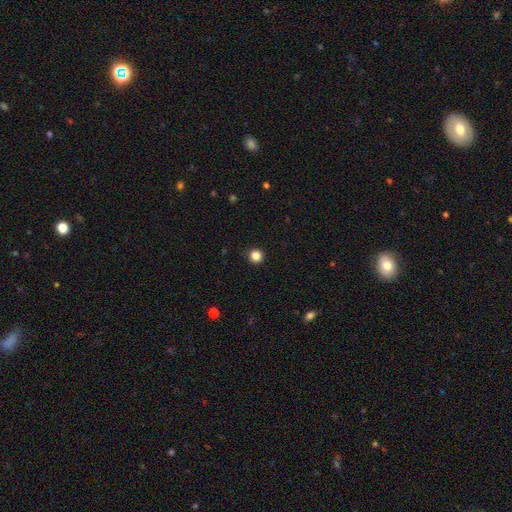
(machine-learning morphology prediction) This is clearly a smooth galaxy (85%). How rounded: clearly round (94%). Merging: clearly none (93%).